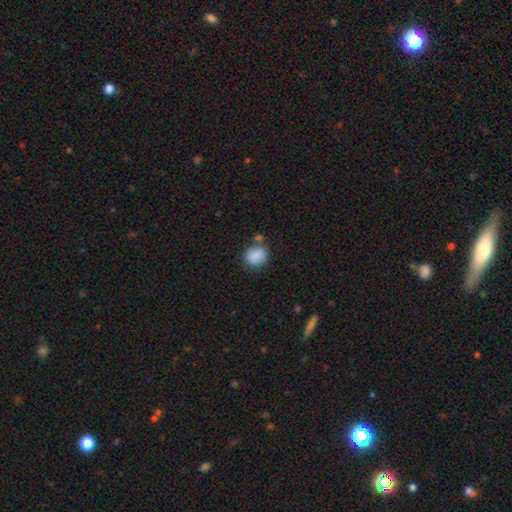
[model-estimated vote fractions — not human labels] Smooth or featured? smooth (86%)
How rounded? round (65%)
Merging? none (64%)